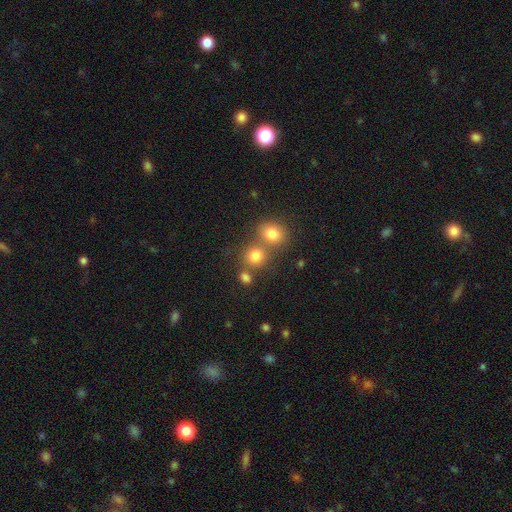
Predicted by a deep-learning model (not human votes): smooth 78%, star or artifact 14%, featured or disk 8%. Down the decision tree: how rounded — round (83%); merging — none (53%).